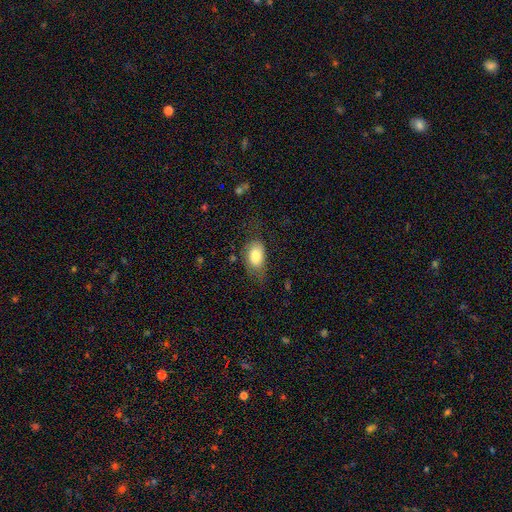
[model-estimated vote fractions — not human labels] The model was most divided on "merging": none: 51%, minor disturbance: 30%, major disturbance: 18%, merger: 2%. More confident: how rounded — in between (88%); smooth or featured — smooth (78%).